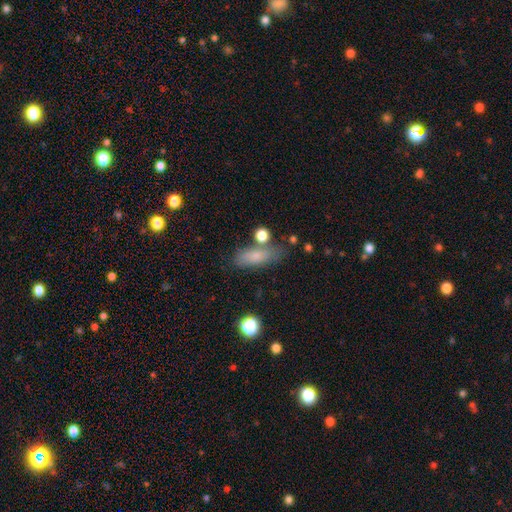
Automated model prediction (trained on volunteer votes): smooth_or_featured: smooth (p=0.77) [alt: featured or disk p=0.14]
how_rounded: in between (p=0.62) [alt: cigar-shaped p=0.34]
merging: none (p=0.65) [alt: minor disturbance p=0.19]